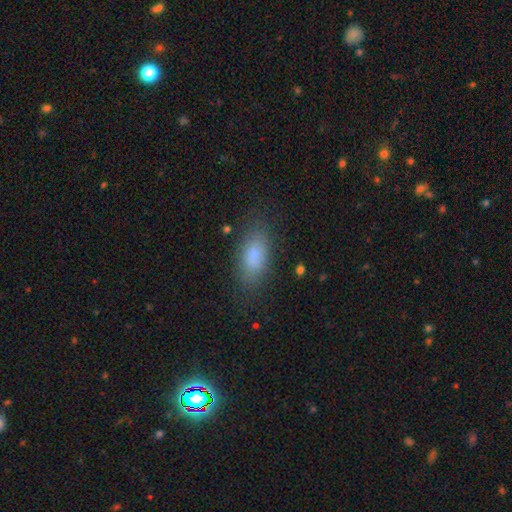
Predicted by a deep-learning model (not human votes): A smooth galaxy with no disk features (81%) that is in between round and cigar-shaped (87%).

Vote fractions:
- Smooth or featured? smooth: 81% / featured or disk: 10% / star or artifact: 9%
- How rounded? in between: 87% / cigar-shaped: 9% / round: 4%
- Merging? none: 80% / minor disturbance: 14% / major disturbance: 5% / merger: 2%